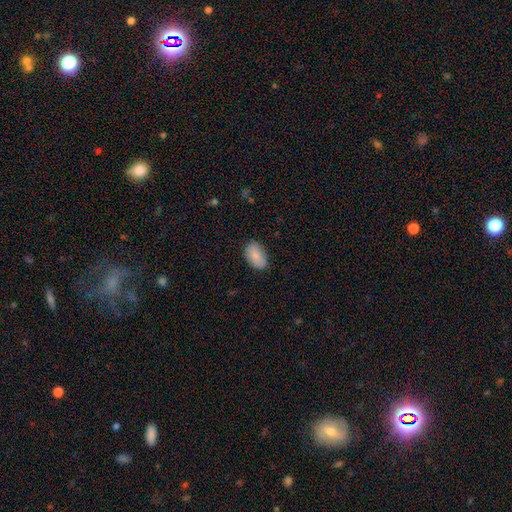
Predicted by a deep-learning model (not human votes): This is clearly a smooth galaxy (83%). How rounded: clearly in between (91%). Merging: clearly none (81%).